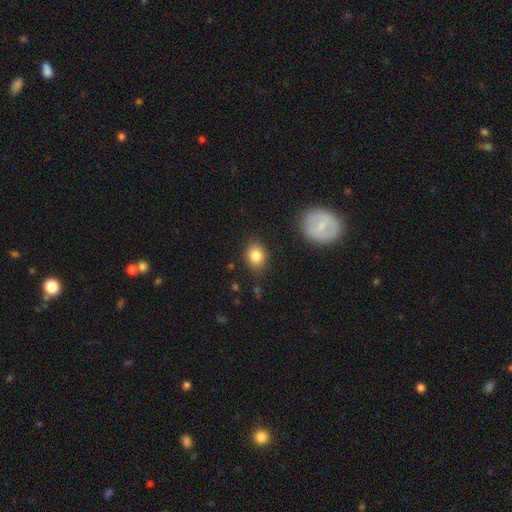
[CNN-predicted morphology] type=smooth (83%); roundness=round (54%); merging=none (82%).